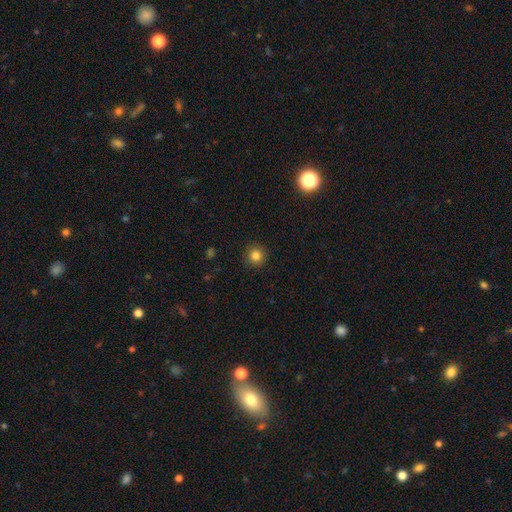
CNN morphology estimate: A smooth galaxy with no disk features (83%) that is round (94%). Merging: none (92%).